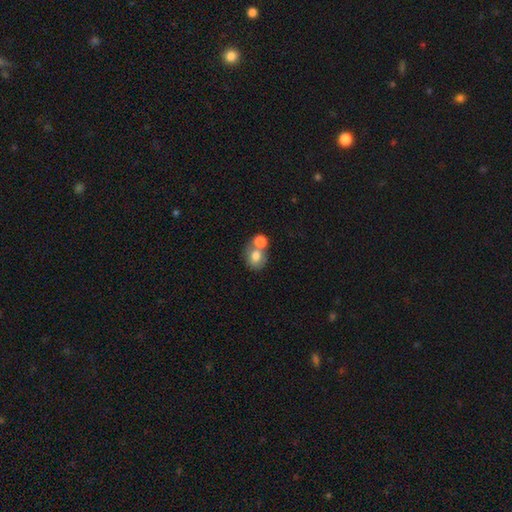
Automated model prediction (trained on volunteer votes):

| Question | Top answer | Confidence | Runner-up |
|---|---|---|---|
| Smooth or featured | smooth | 74% | featured or disk (17%) |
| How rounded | round | 58% | in between (41%) |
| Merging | merger | 54% | none (33%) |